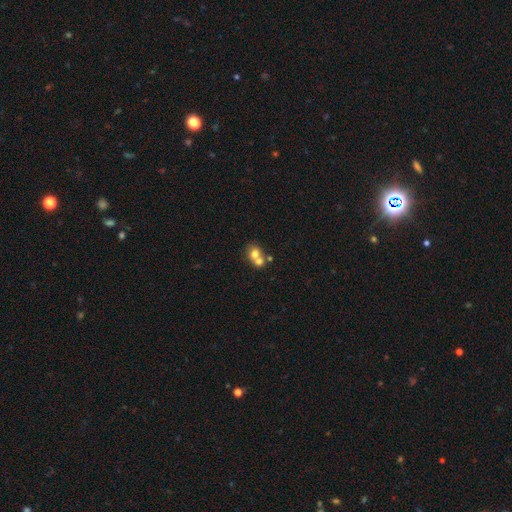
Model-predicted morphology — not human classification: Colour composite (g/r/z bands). It shows a smooth galaxy with no disk features (70%) that is round (70%). Merging: merger (61%).